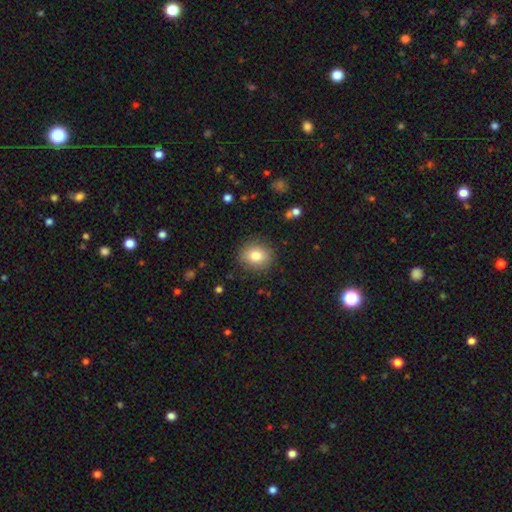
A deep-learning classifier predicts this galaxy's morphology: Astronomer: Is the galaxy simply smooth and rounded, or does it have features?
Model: smooth — 82%.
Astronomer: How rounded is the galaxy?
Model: round — 68%.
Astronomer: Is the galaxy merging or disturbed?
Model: none — 88%.